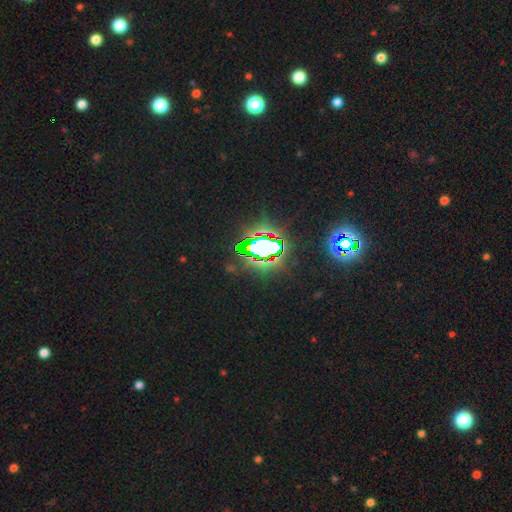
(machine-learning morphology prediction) smooth_or_featured: star or artifact (p=0.84) [alt: smooth p=0.09]